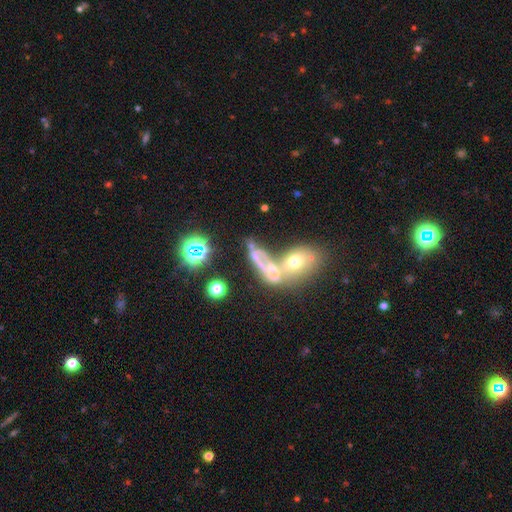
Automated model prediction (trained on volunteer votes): A featured or disk galaxy (41%).

Vote fractions:
- Smooth or featured? featured or disk: 41% / smooth: 35% / star or artifact: 24%
- Merging? merger: 55% / none: 19% / major disturbance: 16% / minor disturbance: 10%